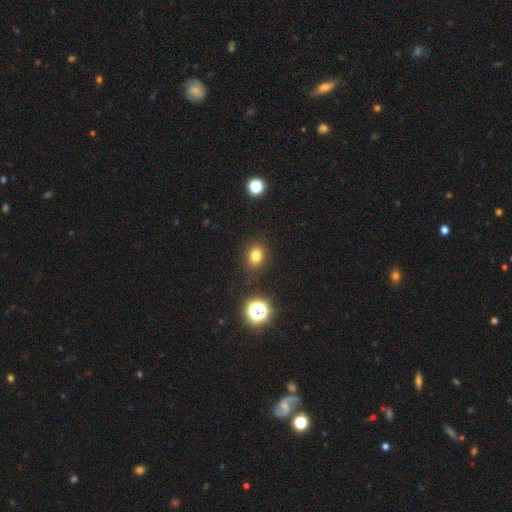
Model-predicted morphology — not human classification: smooth-or-featured: smooth: 79% | star or artifact: 15% | featured or disk: 6%
  how-rounded: round: 53% | in between: 45% | cigar-shaped: 1%
  merging: none: 87% | minor disturbance: 9% | major disturbance: 3% | merger: 2%